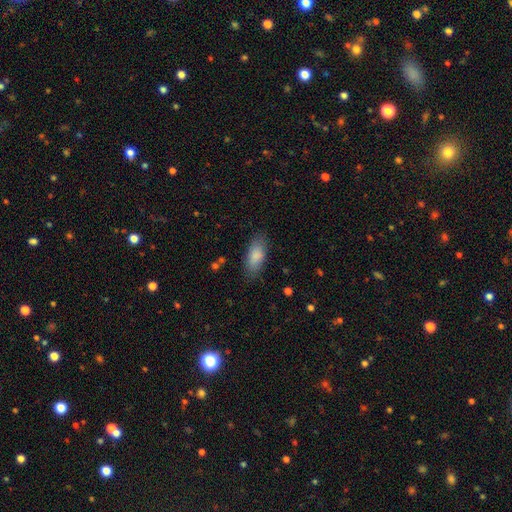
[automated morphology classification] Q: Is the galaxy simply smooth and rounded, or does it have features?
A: smooth — 86%.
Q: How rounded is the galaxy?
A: in between — 85%.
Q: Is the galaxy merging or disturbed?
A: none — 82%.